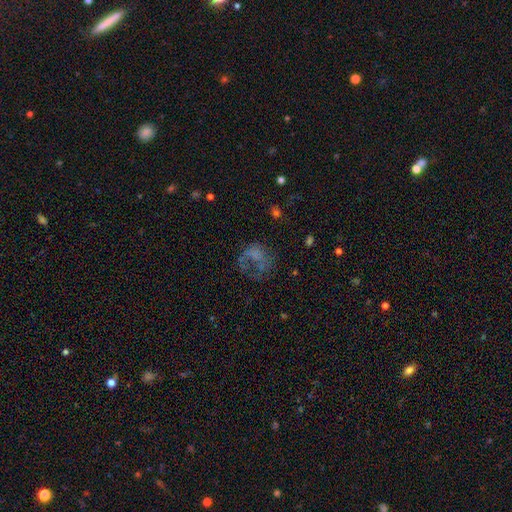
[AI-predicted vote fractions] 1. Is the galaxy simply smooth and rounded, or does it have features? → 41% smooth, 39% featured or disk, 21% star or artifact.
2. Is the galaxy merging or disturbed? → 43% major disturbance, 35% none, 17% minor disturbance, 5% merger.